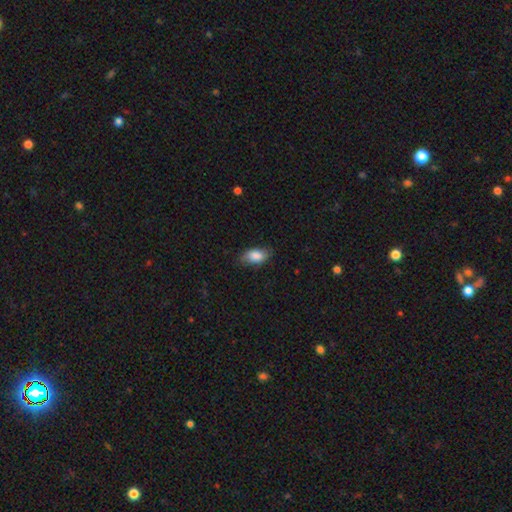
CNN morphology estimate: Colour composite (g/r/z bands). It shows a smooth galaxy with no disk features (83%) that is in between round and cigar-shaped (90%). Merging: none (75%).